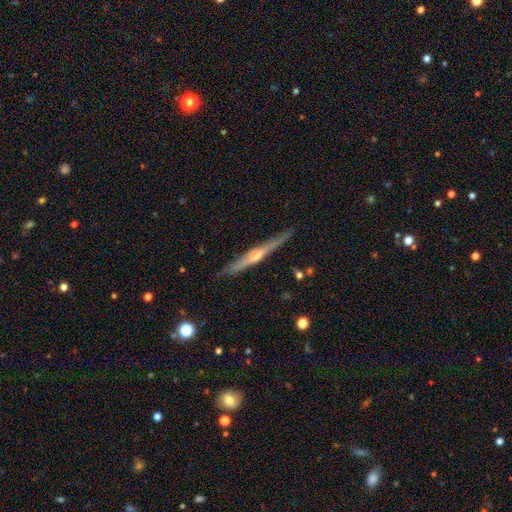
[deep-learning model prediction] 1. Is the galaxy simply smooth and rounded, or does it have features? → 76% featured or disk, 19% smooth, 6% star or artifact.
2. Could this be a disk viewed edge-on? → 98% yes, 2% no.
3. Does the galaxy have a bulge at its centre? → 76% rounded, 16% none, 8% boxy.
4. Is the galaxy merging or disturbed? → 87% none, 10% minor disturbance, 2% major disturbance, 1% merger.